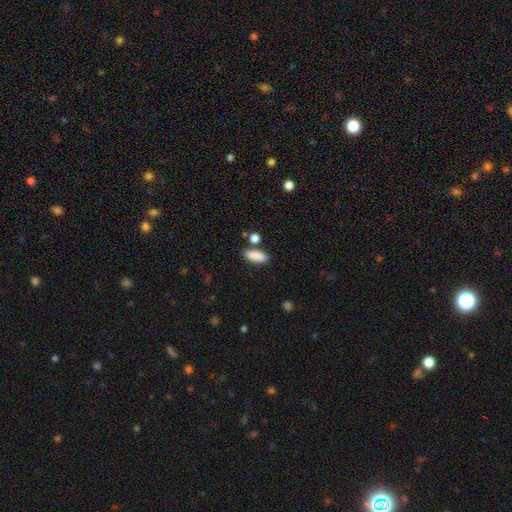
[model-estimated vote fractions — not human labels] A smooth galaxy with no disk features (88%) that is in between round and cigar-shaped (75%). Merging: none (78%).